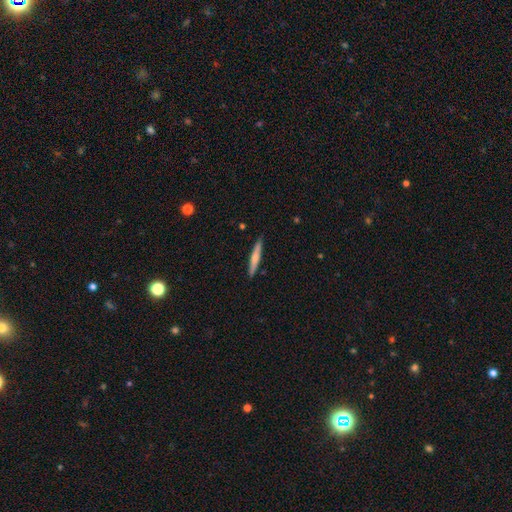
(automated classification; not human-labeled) Smooth or featured? smooth (54%)
How rounded? cigar-shaped (94%)
Merging? none (91%)